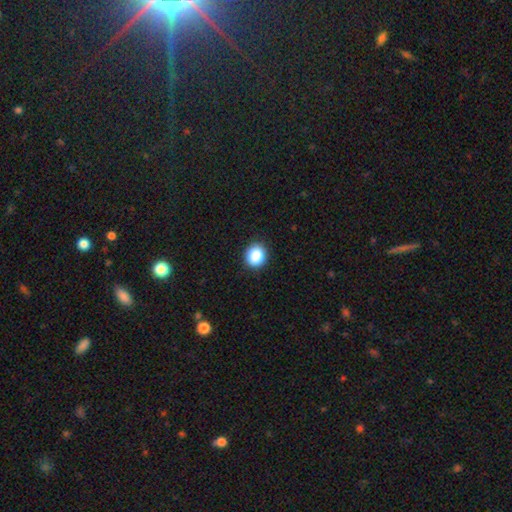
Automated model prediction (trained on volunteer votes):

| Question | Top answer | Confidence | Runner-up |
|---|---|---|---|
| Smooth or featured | smooth | 88% | star or artifact (9%) |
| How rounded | round | 81% | in between (18%) |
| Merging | none | 91% | minor disturbance (6%) |